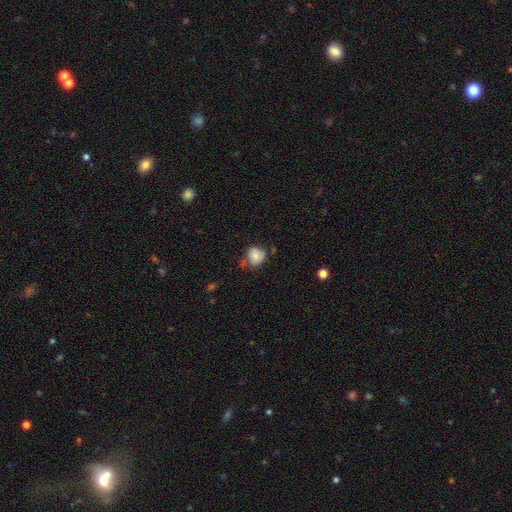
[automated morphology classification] The model was most divided on "merging": none: 61%, minor disturbance: 26%, merger: 7%, major disturbance: 6%. More confident: how rounded — round (82%); smooth or featured — smooth (78%).